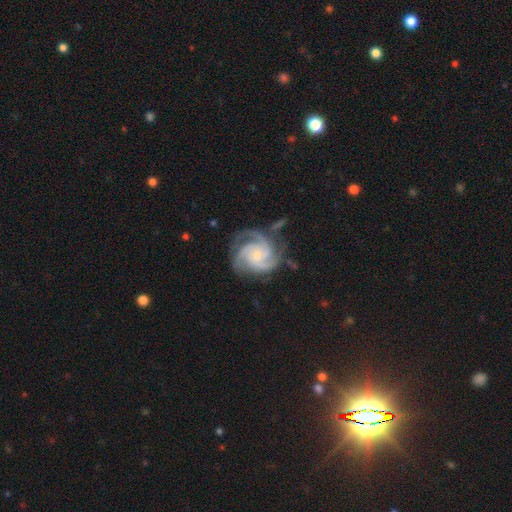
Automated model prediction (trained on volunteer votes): The model was most divided on "spiral winding": tight: 50%, medium: 43%, loose: 7%. More confident: edge-on disk — no (98%); spiral arms — yes (98%); smooth or featured — featured or disk (90%); merging — none (70%); bar — no (69%); bulge size — small (66%); spiral arm count — 3 (60%).